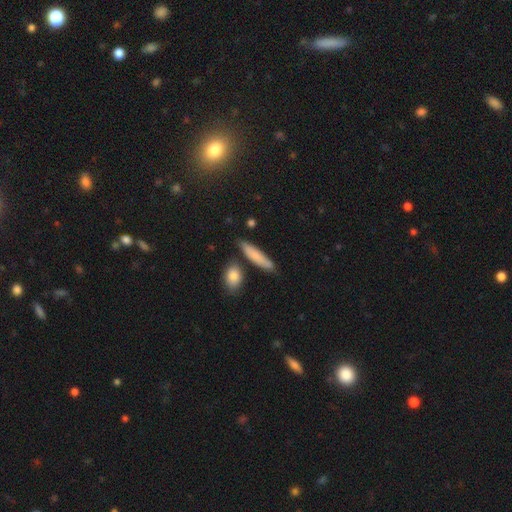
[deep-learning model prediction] Morphology: type=smooth (78%); roundness=cigar-shaped (77%); merging=none (76%).